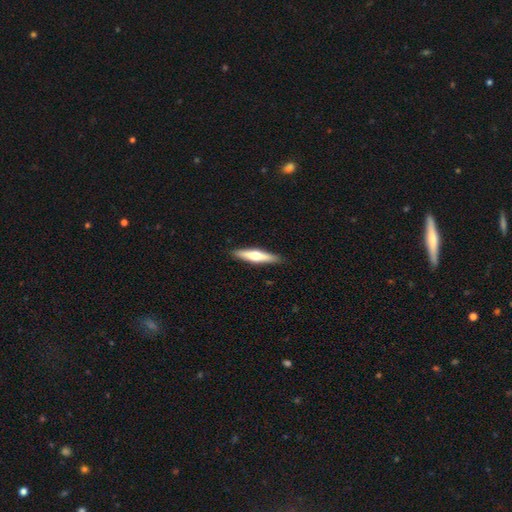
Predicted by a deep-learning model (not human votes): This appears to be a featured or disk galaxy (52%) viewed edge-on (94%). Merging: none (90%).